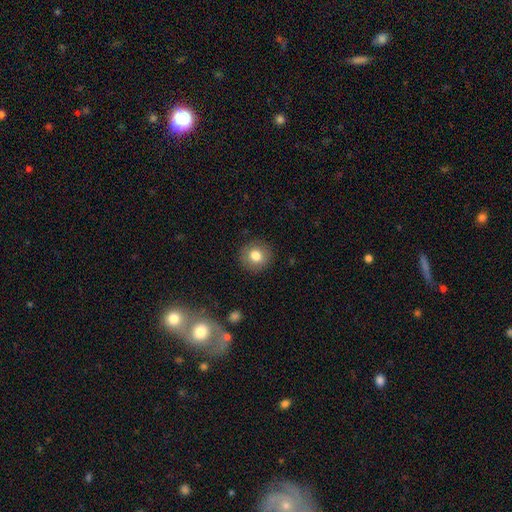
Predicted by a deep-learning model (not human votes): Q: Smooth or featured?
A: smooth (79%); runner-up: featured or disk (11%)
Q: How rounded?
A: round (90%); runner-up: in between (9%)
Q: Merging?
A: none (90%); runner-up: minor disturbance (7%)